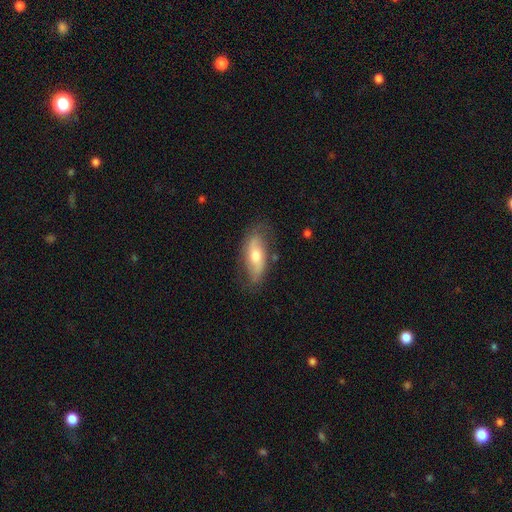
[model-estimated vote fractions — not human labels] Smooth or featured? Predicted: featured or disk (p=0.49). Merging? Predicted: none (p=0.72).